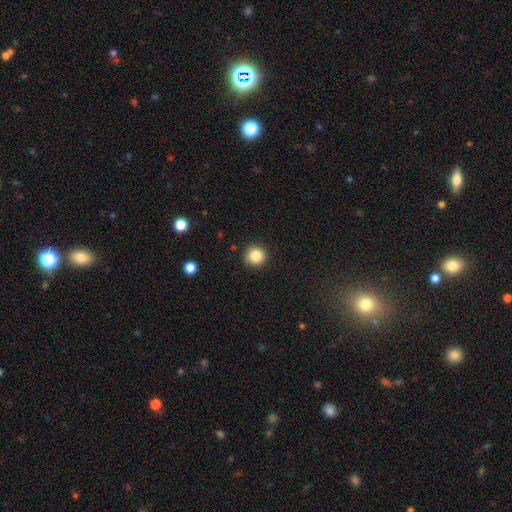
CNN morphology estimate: Smooth or featured? smooth (86%)
How rounded? round (94%)
Merging? none (91%)